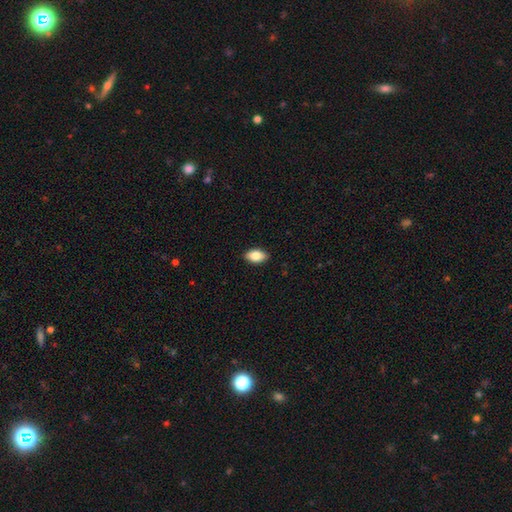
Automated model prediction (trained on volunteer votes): A smooth galaxy with no disk features (83%) that is in between round and cigar-shaped (91%).

Vote fractions:
- Smooth or featured? smooth: 83% / featured or disk: 10% / star or artifact: 7%
- How rounded? in between: 91% / round: 6% / cigar-shaped: 3%
- Merging? none: 89% / minor disturbance: 8% / major disturbance: 2% / merger: 1%